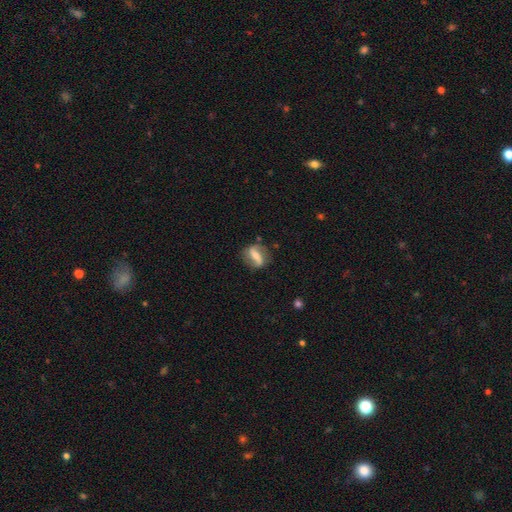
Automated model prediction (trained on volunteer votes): A featured or disk galaxy (63%) with a strong bar (61%), spiral arms (75%) and a small central bulge (37%).

Vote fractions:
- Smooth or featured? featured or disk: 63% / smooth: 29% / star or artifact: 7%
- Edge-on disk? no: 90% / yes: 10%
- Bar? strong: 61% / weak: 25% / no: 14%
- Spiral arms? yes: 75% / no: 25%
- Bulge size? small: 37% / moderate: 36% / none: 17% / large: 8% / dominant: 2%
- Merging? none: 72% / minor disturbance: 18% / major disturbance: 7% / merger: 3%